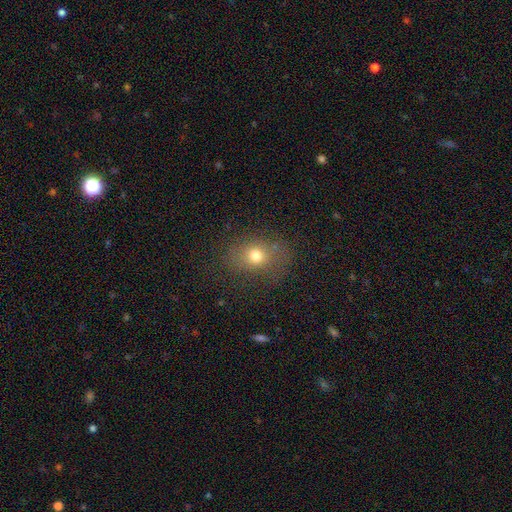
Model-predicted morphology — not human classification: Overall: smooth (64%). How rounded: in between (53%; round 46%). Merging: none (81%).